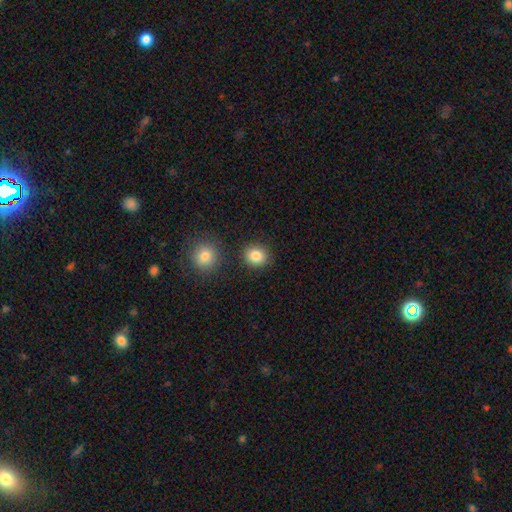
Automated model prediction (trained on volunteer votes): Smooth or featured? smooth (85%)
How rounded? round (81%)
Merging? none (85%)